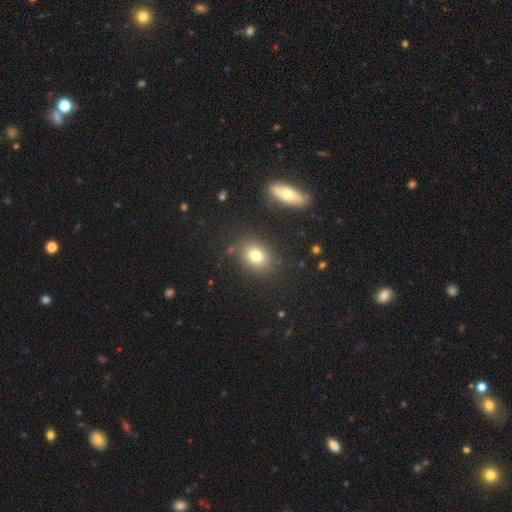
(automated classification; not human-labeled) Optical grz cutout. It shows a smooth galaxy with no disk features (78%) that is in between round and cigar-shaped (50%). Merging: none (82%).